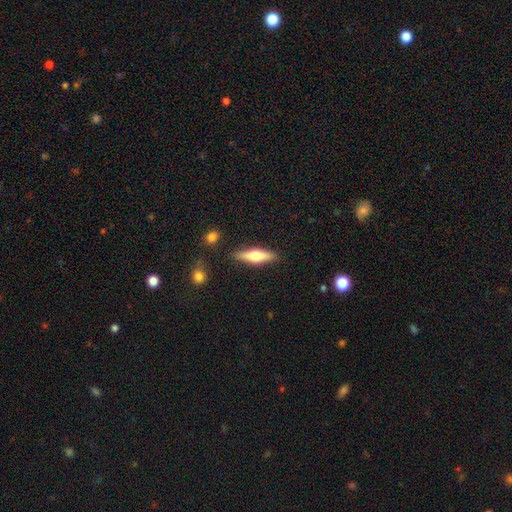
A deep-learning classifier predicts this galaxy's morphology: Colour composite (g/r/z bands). It shows a smooth galaxy with no disk features (54%) that is cigar-shaped (70%). Merging: none (85%).